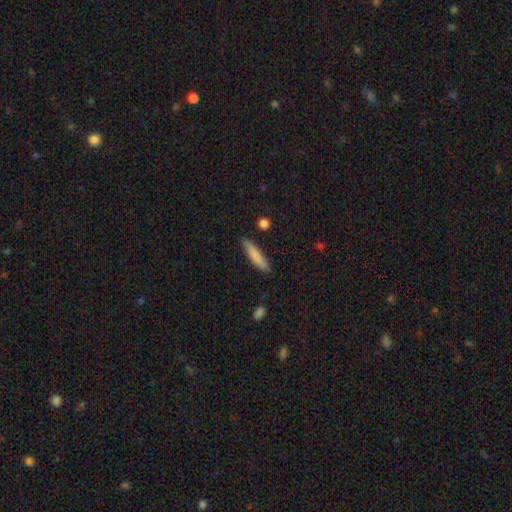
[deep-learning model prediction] Q: Smooth or featured?
A: smooth (74%); runner-up: featured or disk (21%)
Q: How rounded?
A: cigar-shaped (81%); runner-up: in between (17%)
Q: Merging?
A: none (85%); runner-up: minor disturbance (11%)